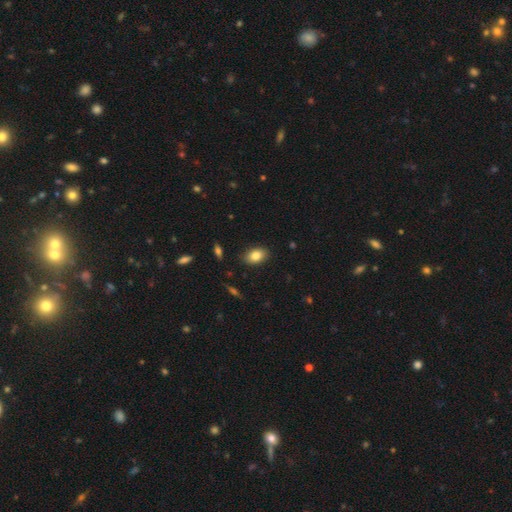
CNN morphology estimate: The model was most divided on "smooth or featured": smooth: 83%, featured or disk: 9%, star or artifact: 8%. More confident: how rounded — in between (87%); merging — none (86%).